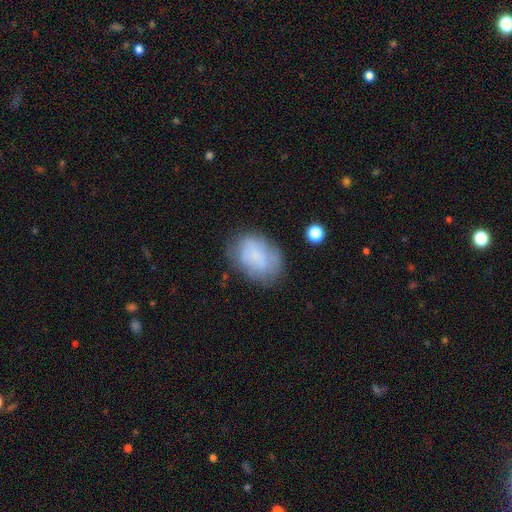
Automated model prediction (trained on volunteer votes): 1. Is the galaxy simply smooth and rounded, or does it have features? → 63% smooth, 26% featured or disk, 10% star or artifact.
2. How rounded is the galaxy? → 74% in between, 25% round, 1% cigar-shaped.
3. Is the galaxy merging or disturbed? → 60% none, 25% minor disturbance, 11% major disturbance, 4% merger.